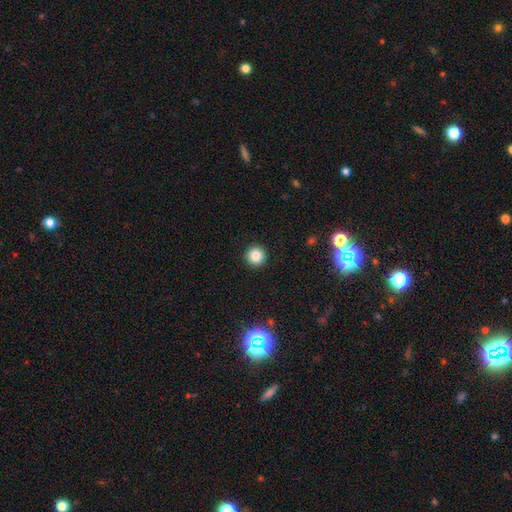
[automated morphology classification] The model was most divided on "smooth or featured": smooth: 85%, star or artifact: 11%, featured or disk: 5%. More confident: how rounded — round (96%); merging — none (93%).